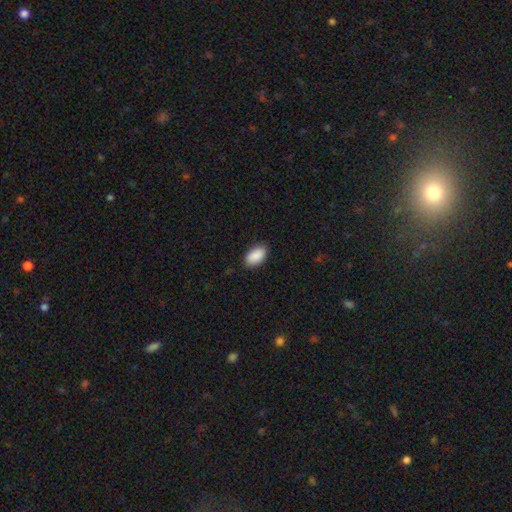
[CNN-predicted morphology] smooth_or_featured: smooth (p=0.90) [alt: star or artifact p=0.06]
how_rounded: in between (p=0.94) [alt: round p=0.04]
merging: none (p=0.85) [alt: minor disturbance p=0.11]